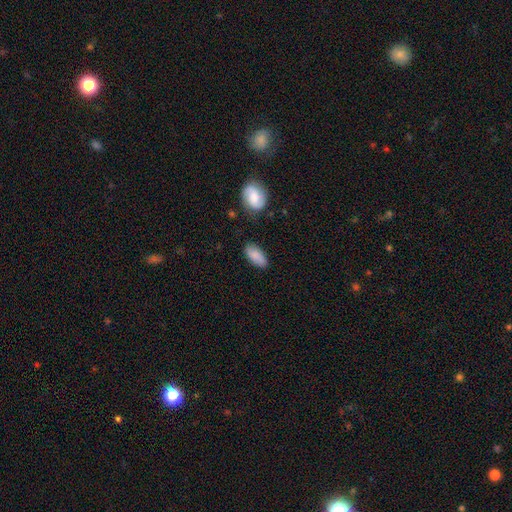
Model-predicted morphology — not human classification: This is clearly a smooth galaxy (84%). How rounded: clearly in between (90%). Merging: likely none (79%).